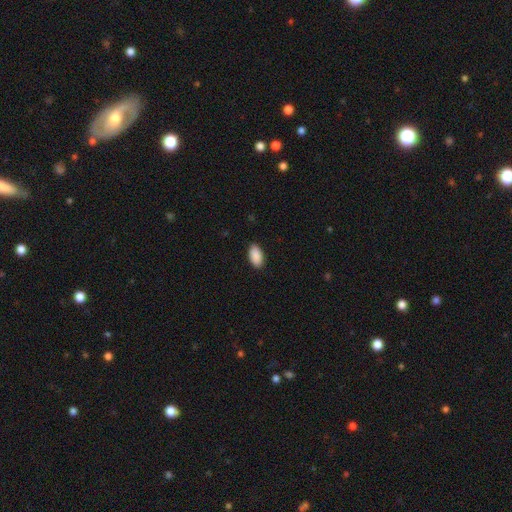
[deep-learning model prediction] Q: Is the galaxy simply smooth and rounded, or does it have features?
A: smooth — 91%.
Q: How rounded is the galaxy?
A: in between — 95%.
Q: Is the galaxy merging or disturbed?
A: none — 89%.